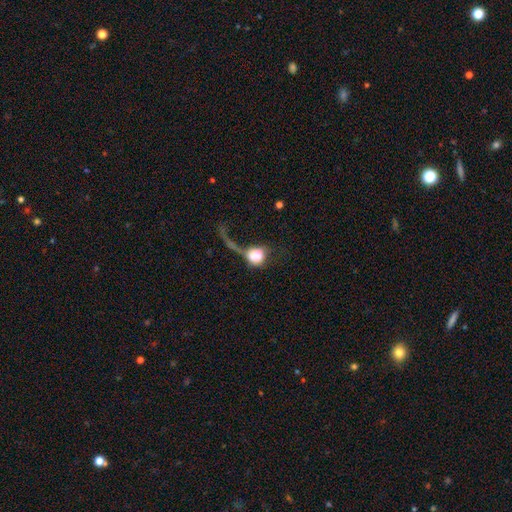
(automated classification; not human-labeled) Smooth or featured: smooth — 65% (featured or disk — 25%)
How rounded: round — 72% (in between — 25%)
Merging: major disturbance — 57% (none — 19%)